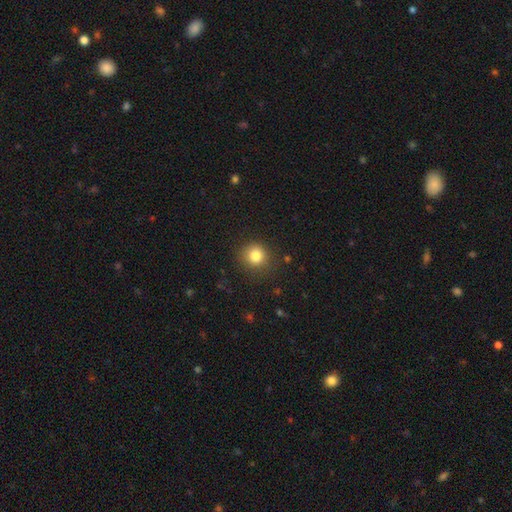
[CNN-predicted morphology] A smooth galaxy with no disk features (82%) that is round (90%).

Vote fractions:
- Smooth or featured? smooth: 82% / star or artifact: 12% / featured or disk: 6%
- How rounded? round: 90% / in between: 9% / cigar-shaped: 1%
- Merging? none: 86% / minor disturbance: 9% / major disturbance: 3% / merger: 1%